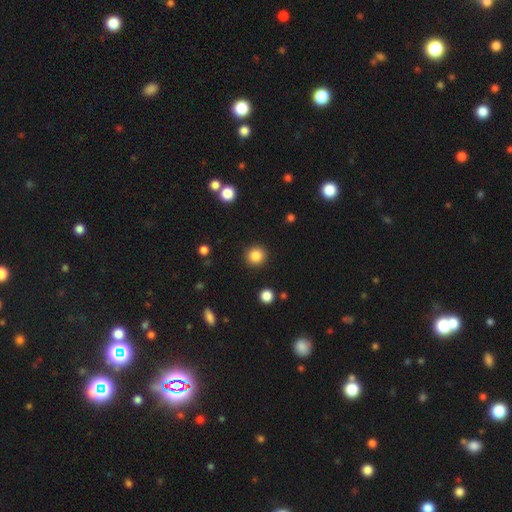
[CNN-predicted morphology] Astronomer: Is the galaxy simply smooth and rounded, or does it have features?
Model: smooth — 86%.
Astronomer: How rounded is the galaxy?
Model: round — 93%.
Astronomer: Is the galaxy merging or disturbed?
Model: none — 91%.